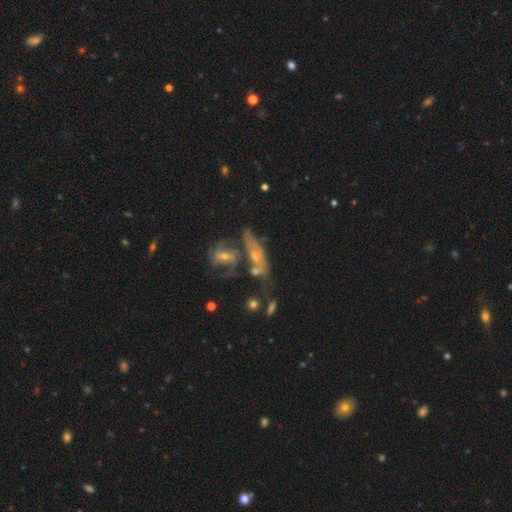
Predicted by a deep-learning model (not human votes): featured or disk 65%, smooth 23%, star or artifact 12%. Down the decision tree: edge-on disk — no (68%); merging — none (38%).